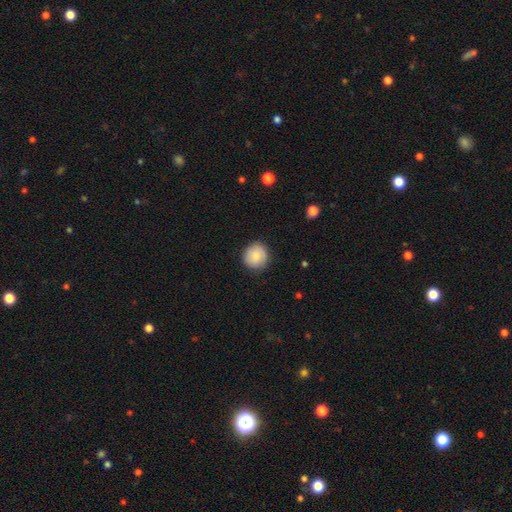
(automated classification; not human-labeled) smooth_or_featured: smooth (p=0.79) [alt: featured or disk p=0.14]
how_rounded: round (p=0.91) [alt: in between p=0.08]
merging: none (p=0.84) [alt: minor disturbance p=0.12]